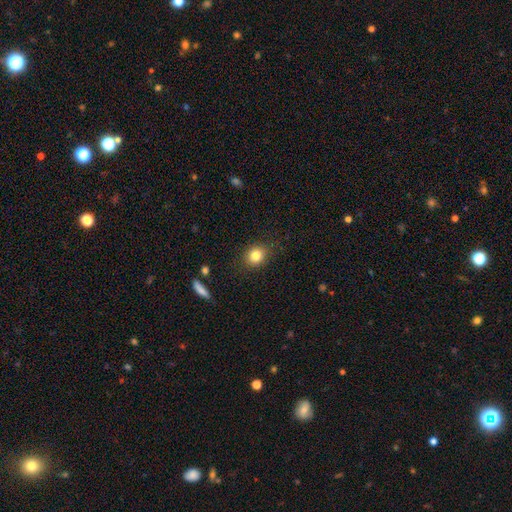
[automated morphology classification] Smooth or featured: smooth — 82% (star or artifact — 11%)
How rounded: round — 69% (in between — 30%)
Merging: none — 82% (minor disturbance — 13%)